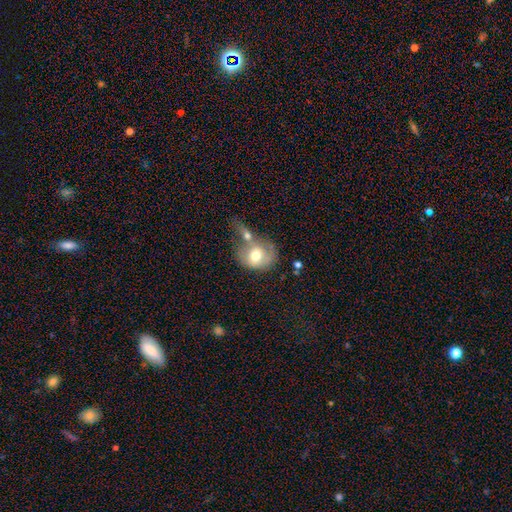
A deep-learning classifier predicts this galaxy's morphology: Overall: smooth (62%; featured or disk 31%). How rounded: round (61%; in between 38%). Merging: merger (51%; none 24%).